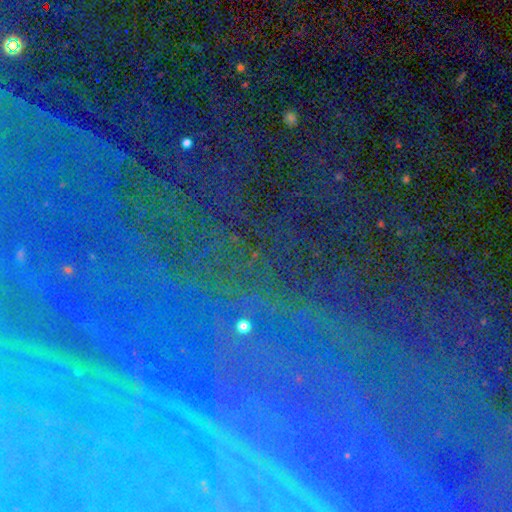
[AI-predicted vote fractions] smooth-or-featured: star or artifact: 75% | featured or disk: 15% | smooth: 10%